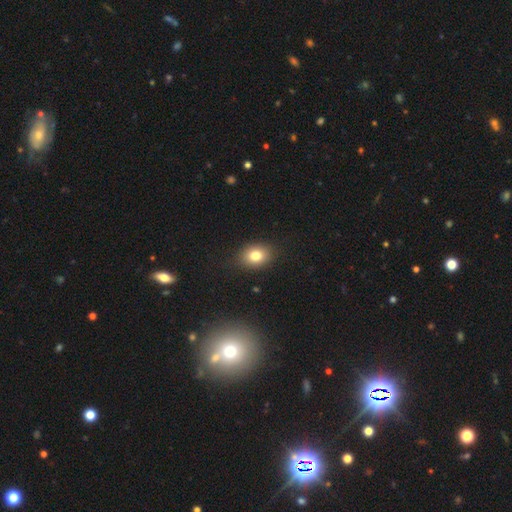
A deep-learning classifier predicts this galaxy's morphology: smooth-or-featured: smooth: 79% | star or artifact: 11% | featured or disk: 10%
  how-rounded: in between: 62% | round: 37% | cigar-shaped: 1%
  merging: none: 84% | minor disturbance: 11% | major disturbance: 3% | merger: 1%